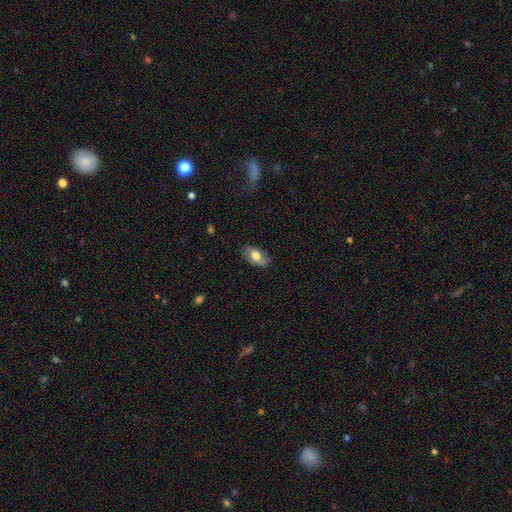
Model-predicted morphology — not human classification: Smooth or featured?
  - smooth: 69% *
  - featured or disk: 24%
  - star or artifact: 7%
How rounded?
  - in between: 93% *
  - round: 5%
  - cigar-shaped: 2%
Merging?
  - none: 77% *
  - minor disturbance: 18%
  - major disturbance: 4%
  - merger: 1%